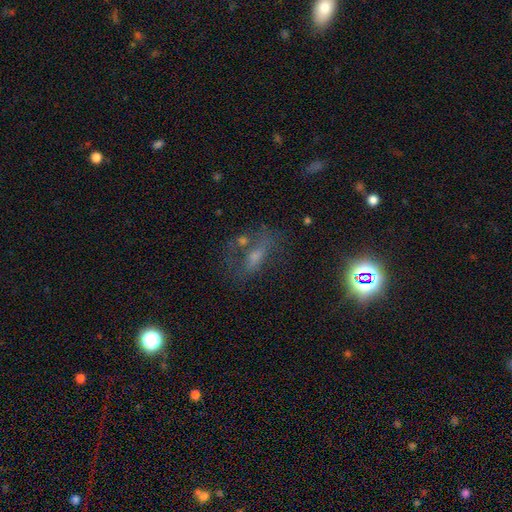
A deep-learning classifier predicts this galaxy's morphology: smooth_or_featured: smooth (p=0.35) [alt: featured or disk p=0.33]
merging: none (p=0.46) [alt: major disturbance p=0.21]